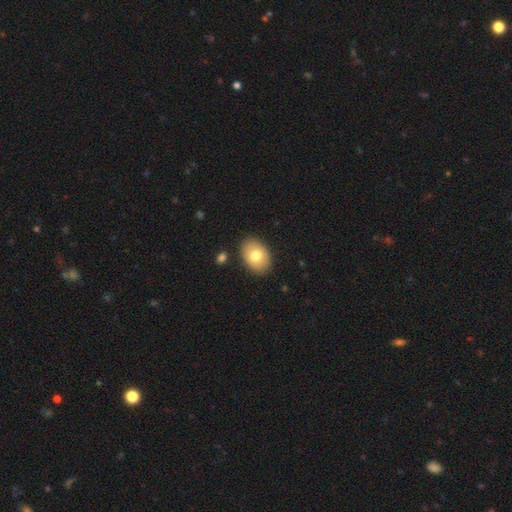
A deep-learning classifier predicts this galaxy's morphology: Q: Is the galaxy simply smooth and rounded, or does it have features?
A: smooth — 76%.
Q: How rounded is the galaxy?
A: in between — 84%.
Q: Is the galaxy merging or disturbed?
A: none — 87%.